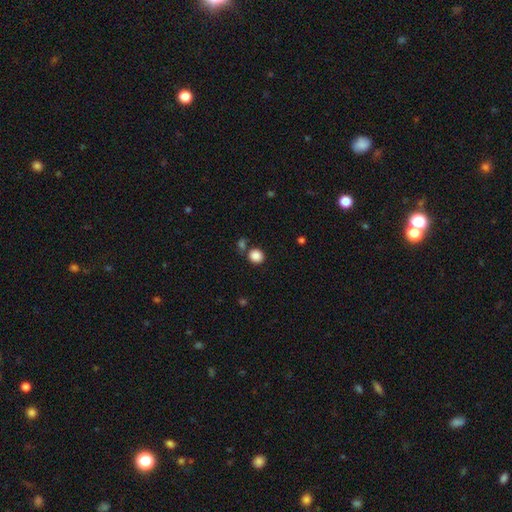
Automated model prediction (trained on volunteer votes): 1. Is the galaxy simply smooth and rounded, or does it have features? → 87% smooth, 10% star or artifact, 3% featured or disk.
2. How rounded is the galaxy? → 83% round, 16% in between, 1% cigar-shaped.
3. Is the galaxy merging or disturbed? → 75% none, 13% merger, 9% minor disturbance, 3% major disturbance.